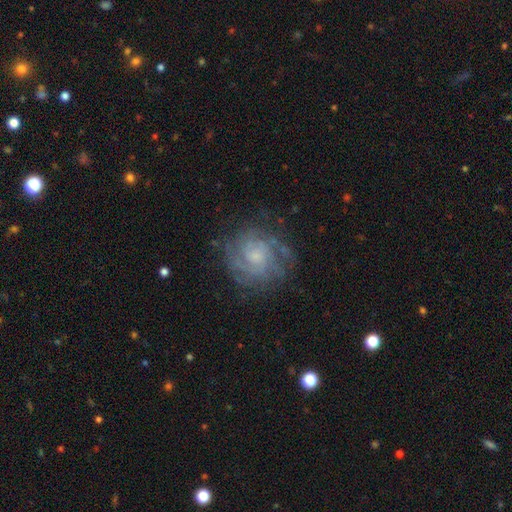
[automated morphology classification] Smooth or featured? featured or disk (75%)
Edge-on disk? no (98%)
Bar? no (69%)
Spiral arms? yes (91%)
Spiral winding? tight (61%)
Spiral arm count? can't tell (43%)
Bulge size? small (52%)
Merging? none (75%)